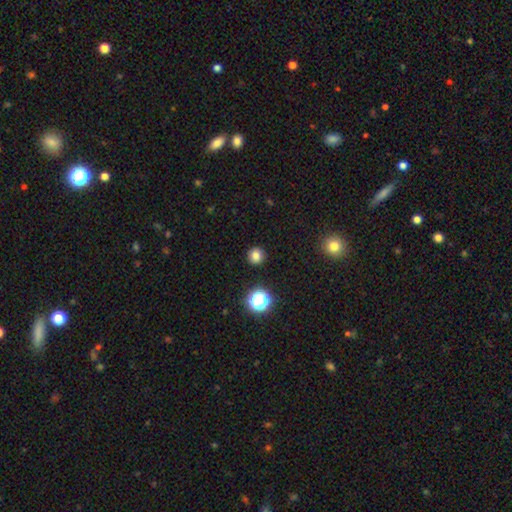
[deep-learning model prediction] Smooth or featured: smooth — 79% (star or artifact — 16%)
How rounded: round — 93% (in between — 6%)
Merging: none — 91% (minor disturbance — 5%)